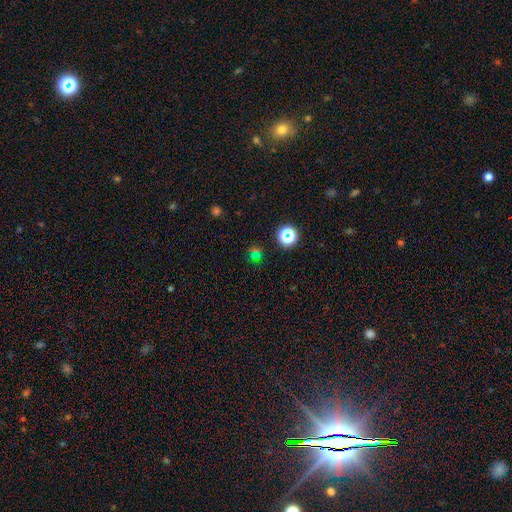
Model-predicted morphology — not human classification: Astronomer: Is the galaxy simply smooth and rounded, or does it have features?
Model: star or artifact — 46% (runner-up: smooth, 45%).